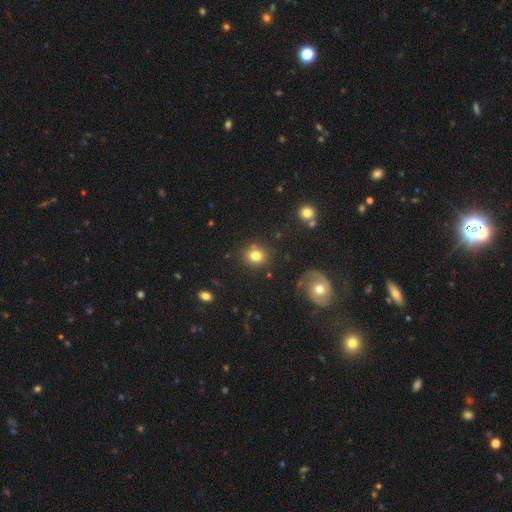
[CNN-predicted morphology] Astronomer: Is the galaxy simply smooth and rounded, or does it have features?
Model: smooth — 80%.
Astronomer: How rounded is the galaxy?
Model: round — 80%.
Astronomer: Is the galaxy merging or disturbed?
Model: none — 81%.